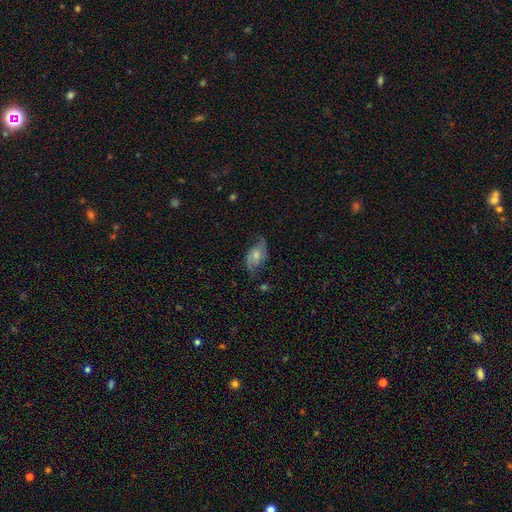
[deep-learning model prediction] featured or disk 61%, smooth 32%, star or artifact 8%. Down the decision tree: edge-on disk — no (94%); bar — no (65%); spiral arms — yes (85%); bulge size — moderate (53%); merging — none (62%).